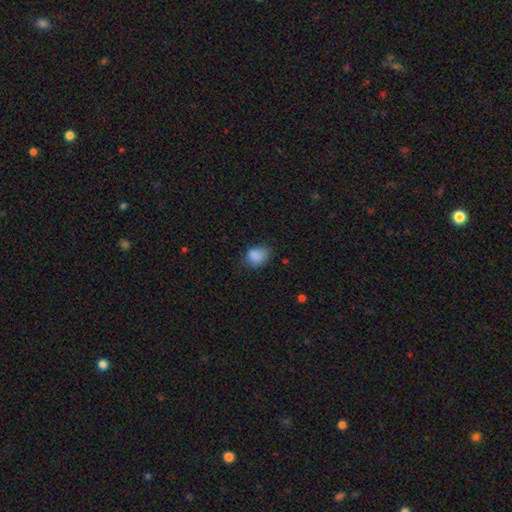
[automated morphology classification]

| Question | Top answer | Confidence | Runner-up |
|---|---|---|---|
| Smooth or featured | smooth | 85% | star or artifact (10%) |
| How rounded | in between | 57% | round (42%) |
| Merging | none | 61% | minor disturbance (29%) |